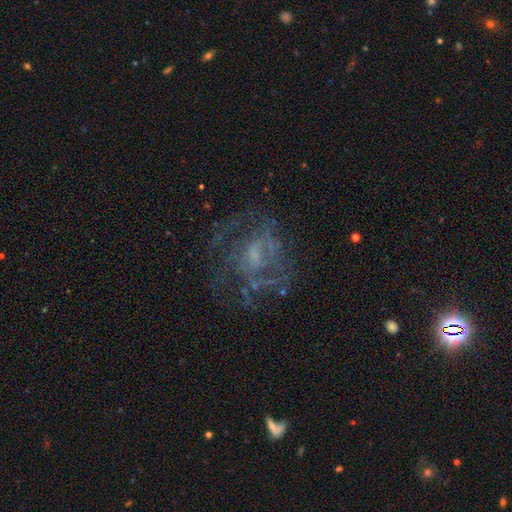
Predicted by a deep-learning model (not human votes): Smooth or featured?
  - featured or disk: 67% *
  - star or artifact: 19%
  - smooth: 15%
Edge-on disk?
  - no: 97% *
  - yes: 3%
Bar?
  - no: 60% *
  - weak: 33%
  - strong: 7%
Spiral arms?
  - yes: 58% *
  - no: 42%
Bulge size?
  - small: 35% *
  - none: 33%
  - moderate: 27%
  - large: 4%
  - dominant: 1%
Merging?
  - none: 55% *
  - major disturbance: 26%
  - minor disturbance: 16%
  - merger: 3%